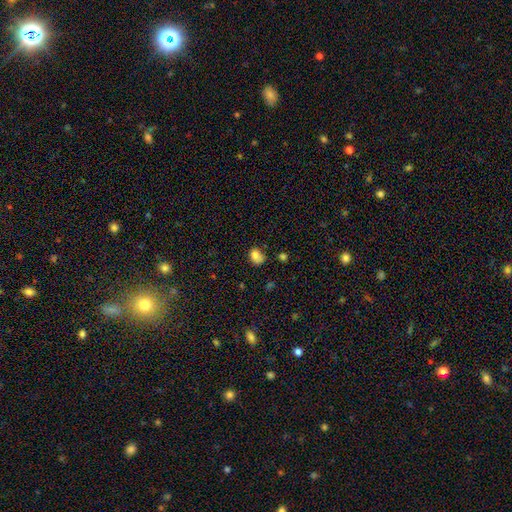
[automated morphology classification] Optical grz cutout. It shows a smooth galaxy with no disk features (80%) that is in between round and cigar-shaped (58%). Merging: none (48%).